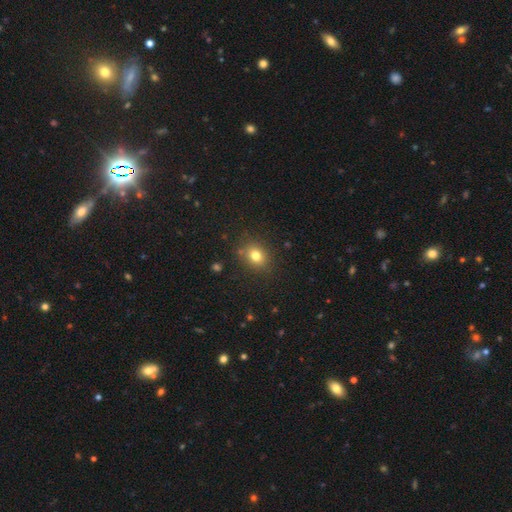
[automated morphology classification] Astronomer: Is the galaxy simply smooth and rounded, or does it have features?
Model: smooth — 78%.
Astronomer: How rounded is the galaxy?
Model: round — 61% (runner-up: in between, 38%).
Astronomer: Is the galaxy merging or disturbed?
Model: none — 85%.